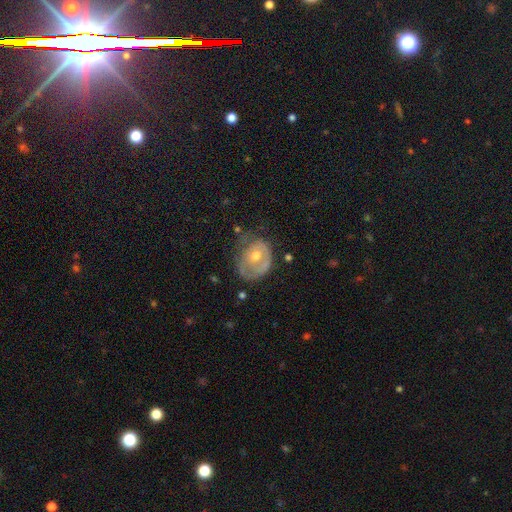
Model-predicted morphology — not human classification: Smooth or featured: featured or disk — 55% (smooth — 38%)
Edge-on disk: no — 96% (yes — 4%)
Bar: no — 83% (weak — 14%)
Spiral arms: no — 57% (yes — 43%)
Bulge size: moderate — 65% (small — 30%)
Merging: none — 44% (minor disturbance — 31%)